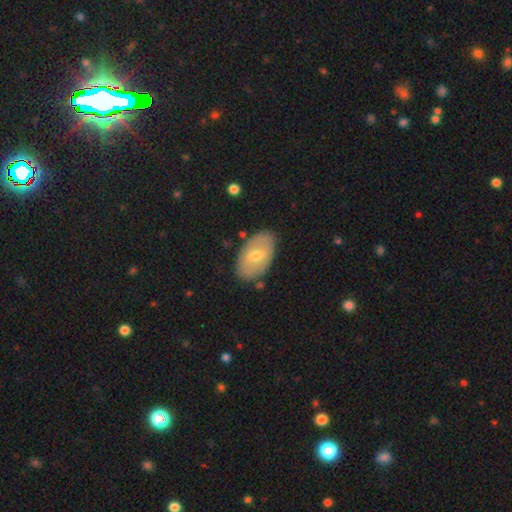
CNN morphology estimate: Q: Smooth or featured?
A: smooth (55%); runner-up: featured or disk (39%)
Q: How rounded?
A: in between (93%); runner-up: round (6%)
Q: Merging?
A: none (82%); runner-up: minor disturbance (13%)